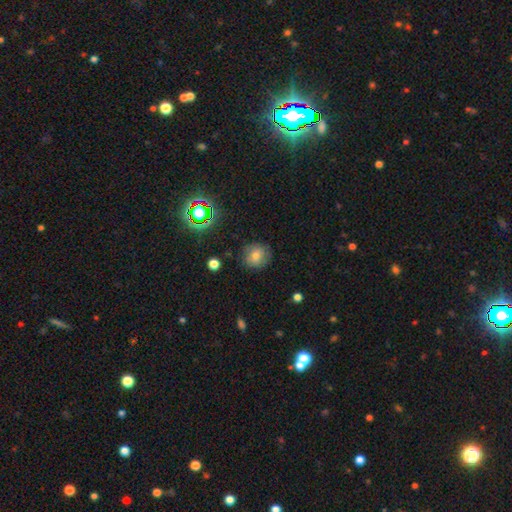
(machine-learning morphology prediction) Q: Smooth or featured?
A: smooth (68%); runner-up: star or artifact (17%)
Q: How rounded?
A: round (85%); runner-up: in between (14%)
Q: Merging?
A: none (80%); runner-up: minor disturbance (14%)